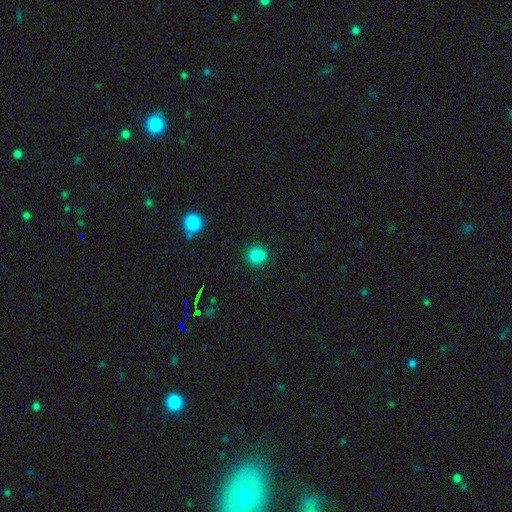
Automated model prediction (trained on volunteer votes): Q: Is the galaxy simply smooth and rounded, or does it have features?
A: smooth — 81%.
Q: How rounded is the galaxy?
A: round — 82%.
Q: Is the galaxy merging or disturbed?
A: none — 66%.